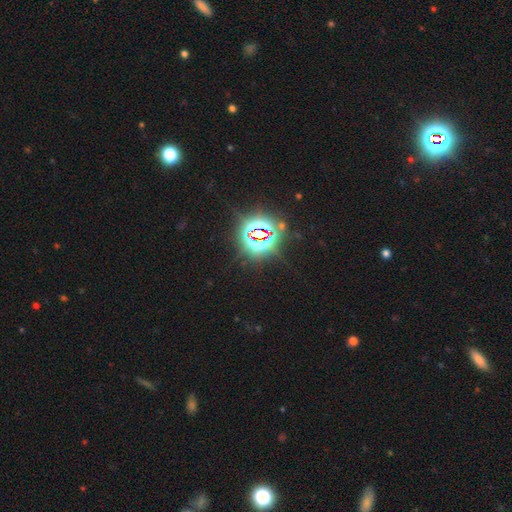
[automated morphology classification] Q: Smooth or featured?
A: star or artifact (82%); runner-up: smooth (12%)